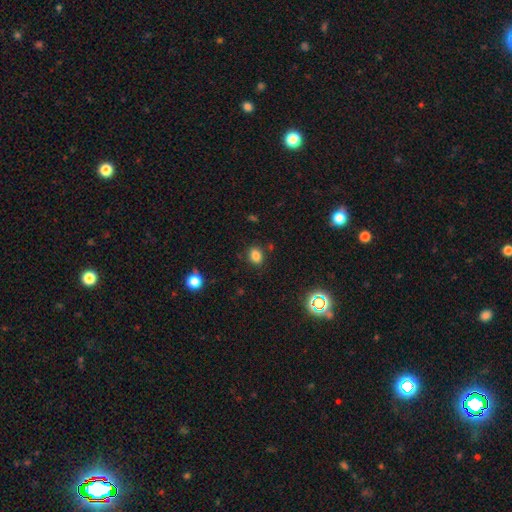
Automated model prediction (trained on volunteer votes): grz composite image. It shows a smooth galaxy with no disk features (81%) that is in between round and cigar-shaped (55%). Merging: none (84%).